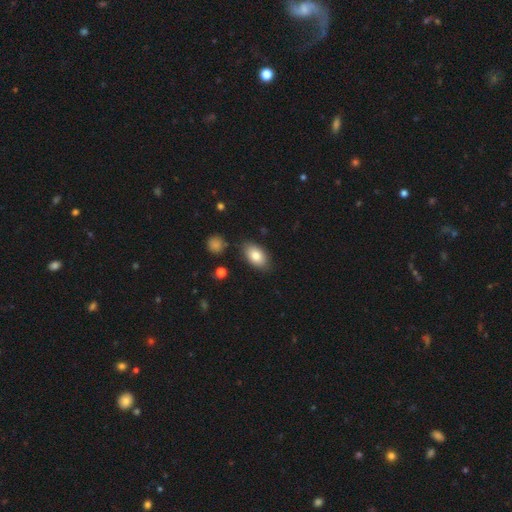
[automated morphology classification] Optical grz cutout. It shows a smooth galaxy with no disk features (81%) that is in between round and cigar-shaped (92%). Merging: none (83%).